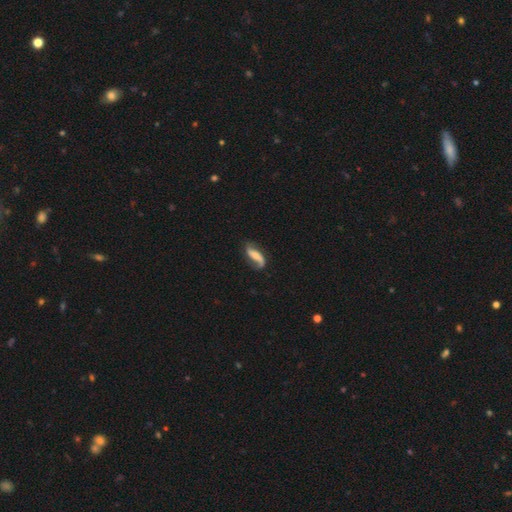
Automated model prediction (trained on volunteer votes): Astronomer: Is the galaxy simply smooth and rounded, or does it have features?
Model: featured or disk — 70%.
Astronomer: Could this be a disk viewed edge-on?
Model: no — 92%.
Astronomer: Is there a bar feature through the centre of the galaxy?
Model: no — 39% (runner-up: weak, 33%).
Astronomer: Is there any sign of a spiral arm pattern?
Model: yes — 93%.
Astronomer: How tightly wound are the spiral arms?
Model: loose — 69%.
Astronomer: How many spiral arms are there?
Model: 2 — 77%.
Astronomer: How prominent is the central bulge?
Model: small — 40% (runner-up: moderate, 34%).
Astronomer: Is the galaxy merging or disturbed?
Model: none — 65%.